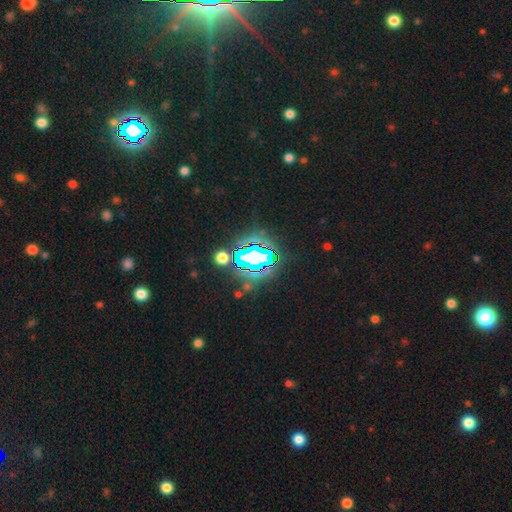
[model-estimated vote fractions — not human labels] Smooth or featured: star or artifact — 86% (smooth — 8%)